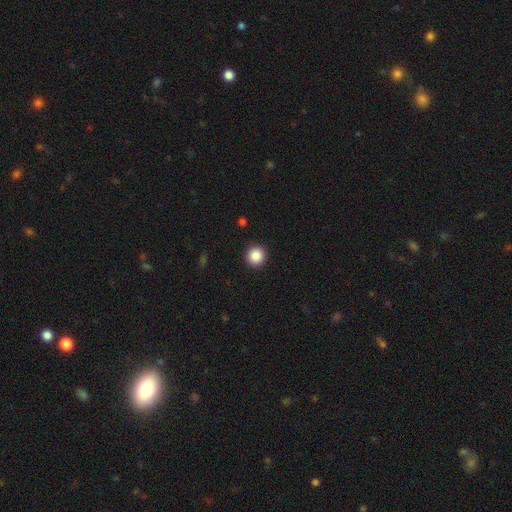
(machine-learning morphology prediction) Q: Smooth or featured?
A: smooth (88%); runner-up: star or artifact (9%)
Q: How rounded?
A: round (96%); runner-up: in between (4%)
Q: Merging?
A: none (93%); runner-up: minor disturbance (4%)